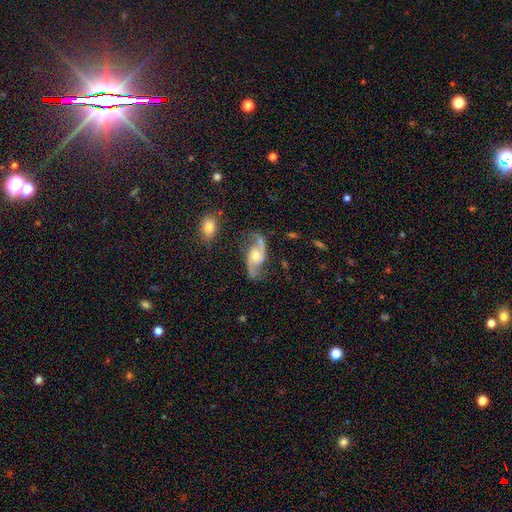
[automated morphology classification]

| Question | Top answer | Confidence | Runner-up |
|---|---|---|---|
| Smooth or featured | featured or disk | 86% | smooth (8%) |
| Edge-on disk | no | 96% | yes (4%) |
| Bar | no | 62% | weak (31%) |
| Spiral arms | yes | 96% | no (4%) |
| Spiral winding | loose | 64% | medium (29%) |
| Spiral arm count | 2 | 92% | can't tell (2%) |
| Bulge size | moderate | 52% | small (38%) |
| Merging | none | 69% | minor disturbance (18%) |